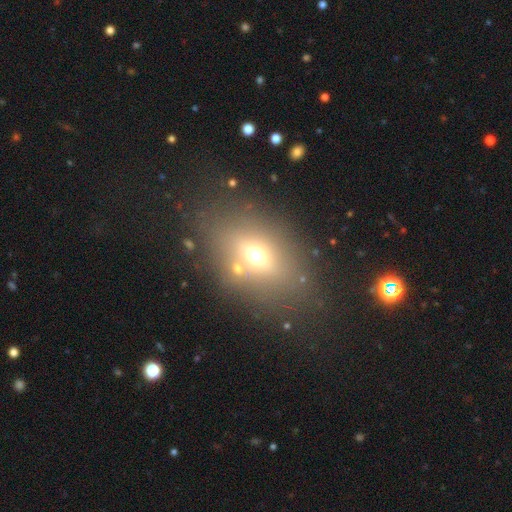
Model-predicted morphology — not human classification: A smooth galaxy with no disk features (57%) that is in between round and cigar-shaped (67%).

Vote fractions:
- Smooth or featured? smooth: 57% / featured or disk: 24% / star or artifact: 20%
- How rounded? in between: 67% / round: 29% / cigar-shaped: 4%
- Merging? none: 73% / minor disturbance: 12% / merger: 7% / major disturbance: 7%